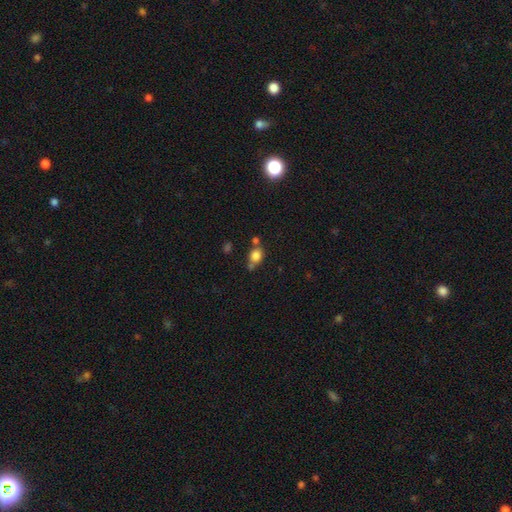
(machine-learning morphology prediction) smooth_or_featured: smooth (p=0.80) [alt: star or artifact p=0.11]
how_rounded: round (p=0.55) [alt: in between p=0.43]
merging: none (p=0.50) [alt: merger p=0.26]